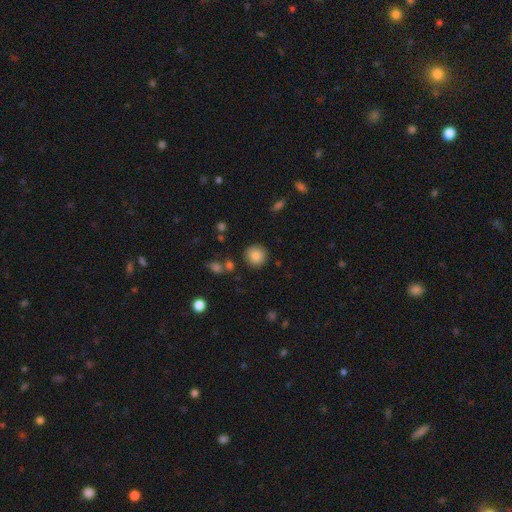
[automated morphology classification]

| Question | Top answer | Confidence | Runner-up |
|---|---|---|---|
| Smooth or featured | smooth | 85% | star or artifact (9%) |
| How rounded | round | 93% | in between (6%) |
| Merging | none | 88% | minor disturbance (7%) |